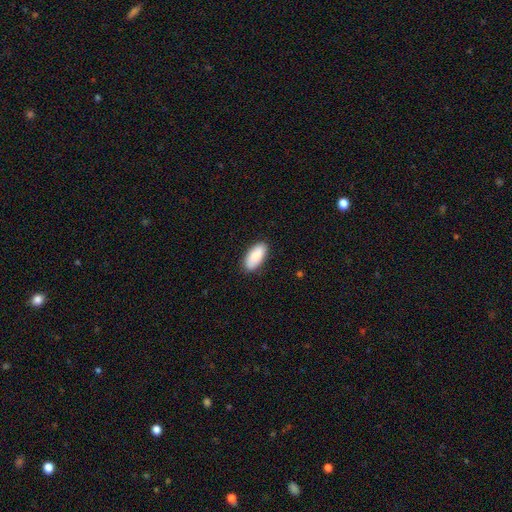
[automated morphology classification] Overall: smooth (86%). How rounded: in between (92%). Merging: none (87%).